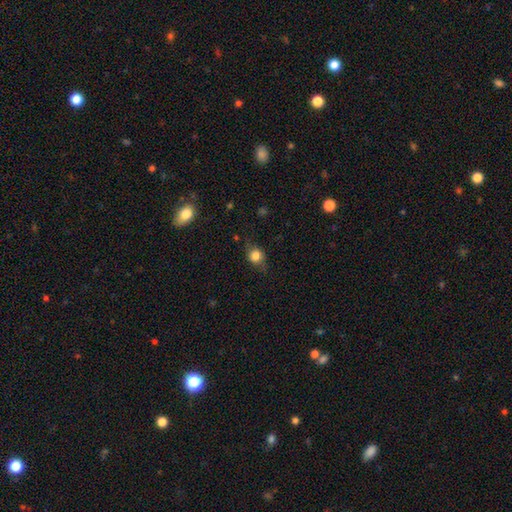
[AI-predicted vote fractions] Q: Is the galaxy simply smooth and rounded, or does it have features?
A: smooth — 77%.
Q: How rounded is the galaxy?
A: round — 67%.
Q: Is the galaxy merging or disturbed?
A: none — 71%.